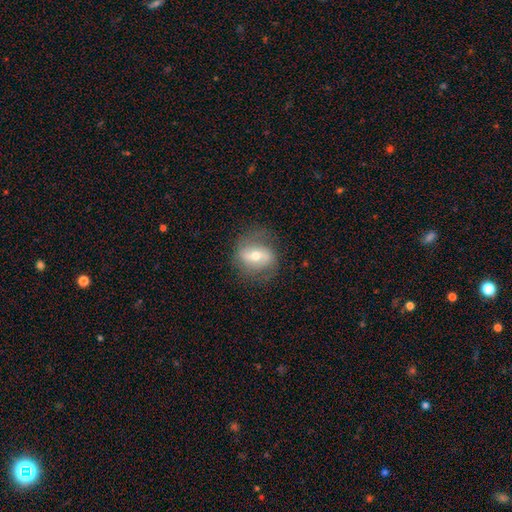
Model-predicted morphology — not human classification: smooth-or-featured: featured or disk: 58% | smooth: 34% | star or artifact: 8%
  disk-edge-on: no: 92% | yes: 8%
    bar: strong: 39% | weak: 34% | no: 27%
    has-spiral-arms: yes: 71% | no: 29%
    bulge-size: moderate: 61% | small: 33% | large: 4% | dominant: 1% | none: 1%
  merging: none: 72% | minor disturbance: 18% | major disturbance: 9% | merger: 1%